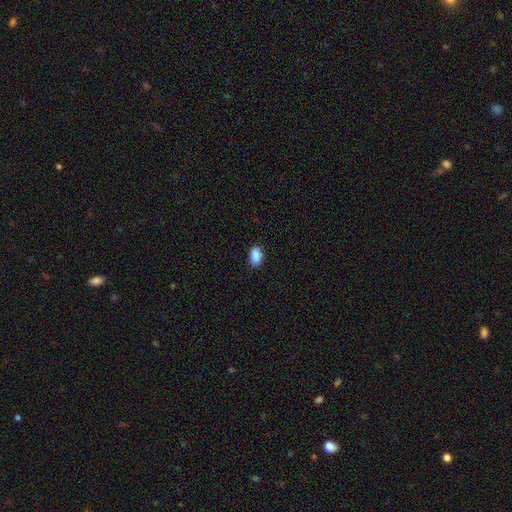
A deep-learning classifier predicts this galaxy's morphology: smooth_or_featured: smooth (p=0.89) [alt: star or artifact p=0.08]
how_rounded: in between (p=0.91) [alt: round p=0.06]
merging: none (p=0.86) [alt: minor disturbance p=0.11]